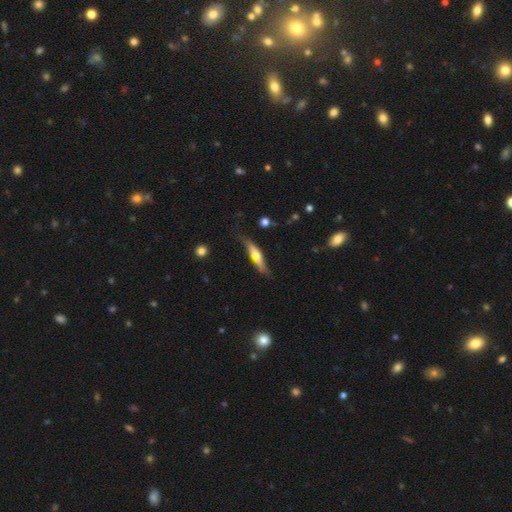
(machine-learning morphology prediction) Overall: featured or disk (51%; smooth 43%). Edge-on disk: yes (85%). Merging: none (66%).